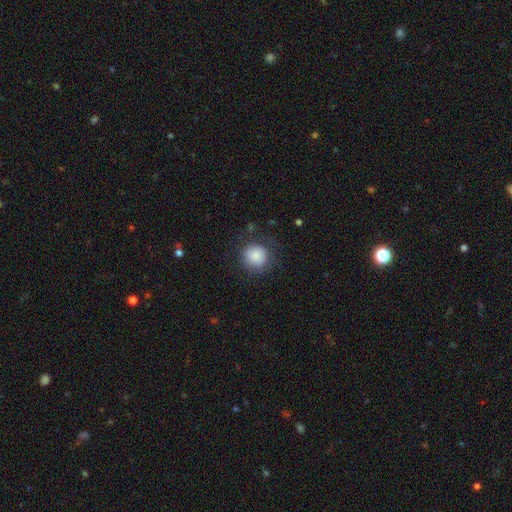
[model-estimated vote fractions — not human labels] smooth 81%, featured or disk 10%, star or artifact 8%. Down the decision tree: how rounded — round (88%); merging — none (73%).